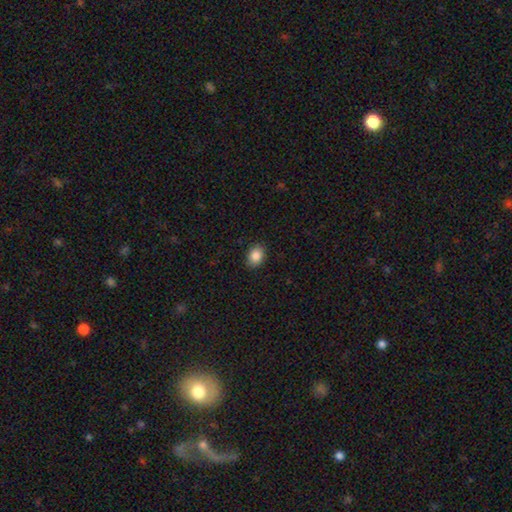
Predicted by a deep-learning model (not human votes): smooth 87%, star or artifact 8%, featured or disk 4%. Down the decision tree: how rounded — in between (75%); merging — none (89%).